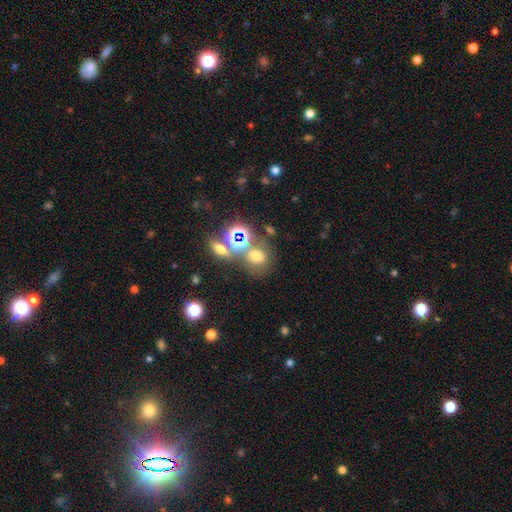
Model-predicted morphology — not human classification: Smooth or featured? smooth (60%)
How rounded? round (67%)
Merging? none (53%)